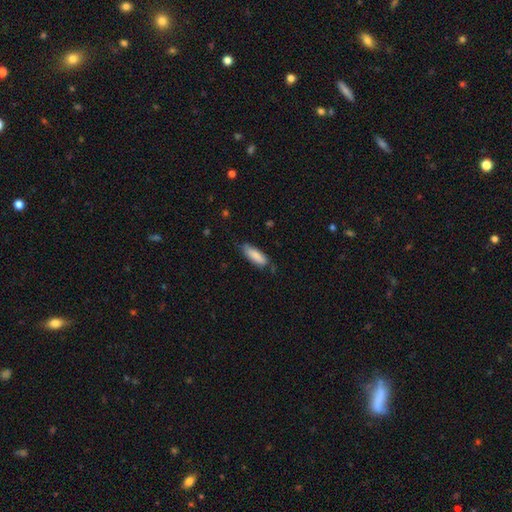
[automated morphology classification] A smooth galaxy with no disk features (86%) that is in between round and cigar-shaped (55%).

Vote fractions:
- Smooth or featured? smooth: 86% / featured or disk: 9% / star or artifact: 6%
- How rounded? in between: 55% / cigar-shaped: 44% / round: 2%
- Merging? none: 69% / minor disturbance: 25% / major disturbance: 4% / merger: 2%